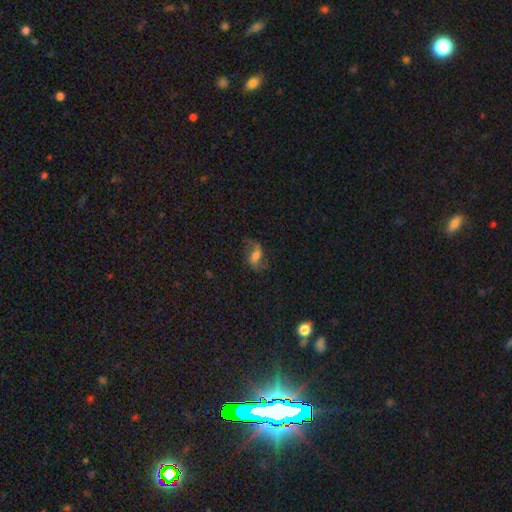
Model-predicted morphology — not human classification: A featured or disk galaxy (70%) with a weak bar (46%), 2 (90%) loose (76%) spiral arms (92%) and a moderate central bulge (47%).

Vote fractions:
- Smooth or featured? featured or disk: 70% / smooth: 20% / star or artifact: 10%
- Edge-on disk? no: 95% / yes: 5%
- Bar? weak: 46% / no: 33% / strong: 22%
- Spiral arms? yes: 92% / no: 8%
- Spiral winding? loose: 76% / medium: 20% / tight: 4%
- Spiral arm count? 2: 90% / 1: 4% / can't tell: 3% / 3: 1% / 4: 1% / more than 4: 1%
- Bulge size? moderate: 47% / small: 23% / large: 19% / none: 9% / dominant: 3%
- Merging? none: 70% / minor disturbance: 16% / major disturbance: 12% / merger: 2%